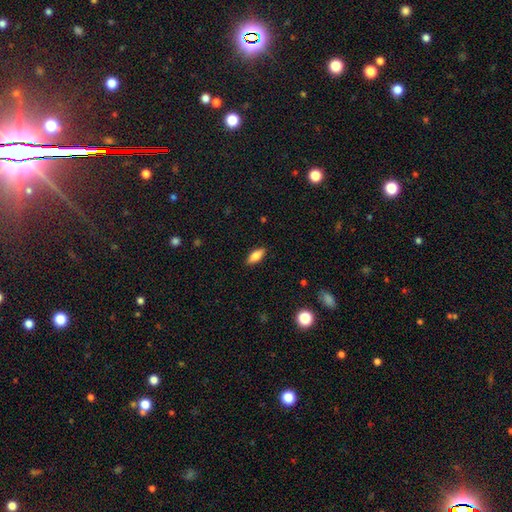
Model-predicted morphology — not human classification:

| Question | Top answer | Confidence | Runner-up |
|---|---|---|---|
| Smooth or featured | smooth | 82% | featured or disk (11%) |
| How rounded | in between | 79% | cigar-shaped (18%) |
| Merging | none | 88% | minor disturbance (9%) |